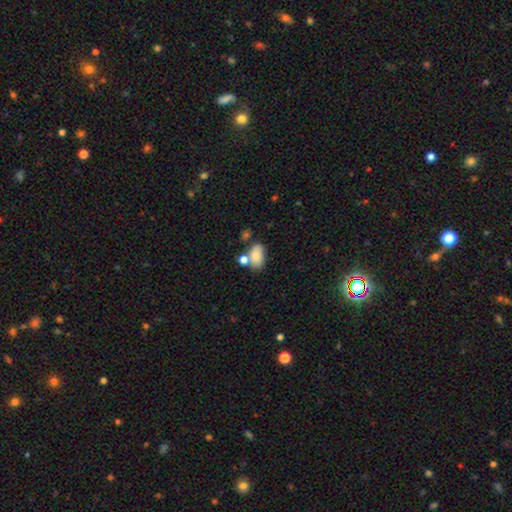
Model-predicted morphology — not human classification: Smooth or featured? Predicted: smooth (p=0.79). How rounded? Predicted: in between (p=0.88). Merging? Predicted: none (p=0.49).